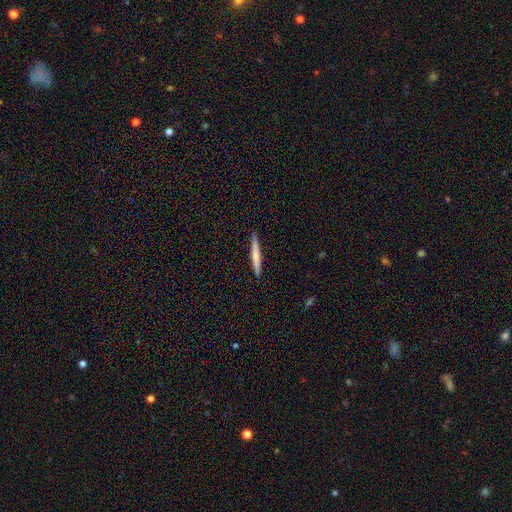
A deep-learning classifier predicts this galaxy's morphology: This appears to be a smooth galaxy with no disk features (64%) that is cigar-shaped (96%). Merging: none (92%).